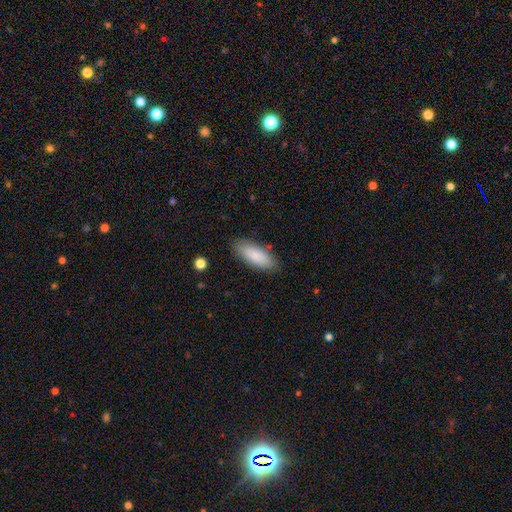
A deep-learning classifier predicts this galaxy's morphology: Smooth or featured?
  - smooth: 87% *
  - featured or disk: 7%
  - star or artifact: 6%
How rounded?
  - in between: 72% *
  - cigar-shaped: 27%
  - round: 2%
Merging?
  - none: 85% *
  - minor disturbance: 11%
  - major disturbance: 2%
  - merger: 1%